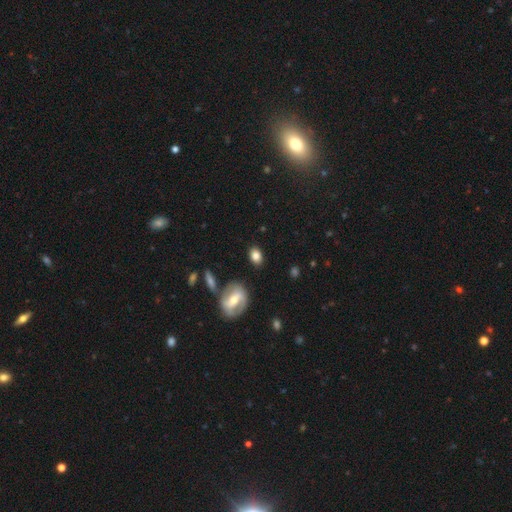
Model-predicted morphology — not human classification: Smooth or featured: smooth — 78% (featured or disk — 14%)
How rounded: in between — 73% (round — 25%)
Merging: none — 81% (minor disturbance — 12%)